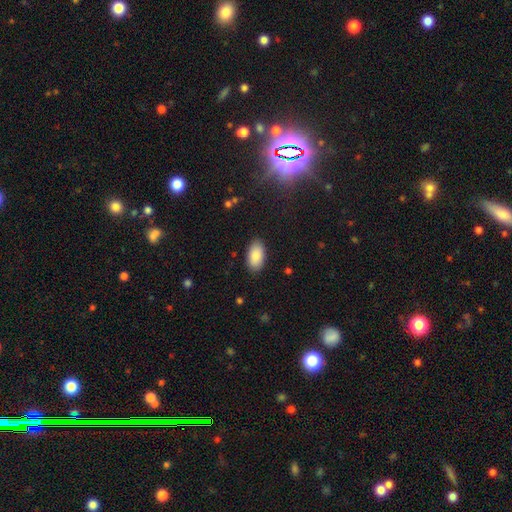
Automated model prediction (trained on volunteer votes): Smooth or featured: smooth — 87% (star or artifact — 7%)
How rounded: in between — 95% (round — 3%)
Merging: none — 88% (minor disturbance — 9%)